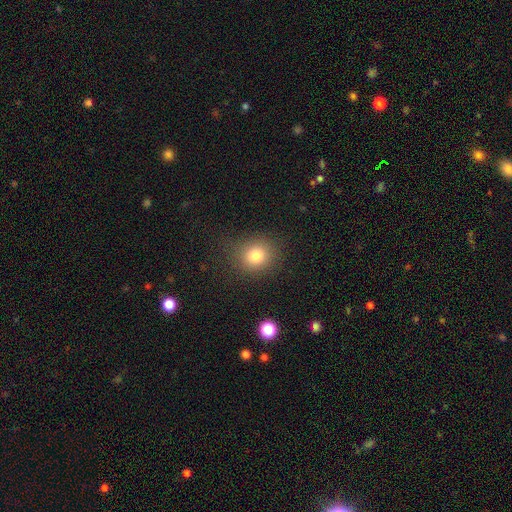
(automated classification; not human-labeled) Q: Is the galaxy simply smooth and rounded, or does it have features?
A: smooth — 80%.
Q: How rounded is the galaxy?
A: round — 76%.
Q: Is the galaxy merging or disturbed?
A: none — 82%.